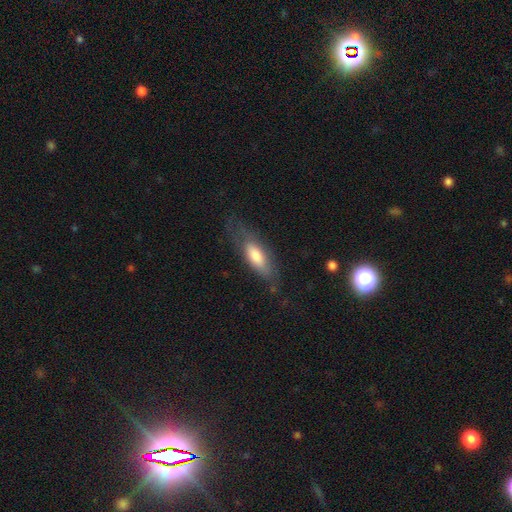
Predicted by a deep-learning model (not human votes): smooth 64%, featured or disk 30%, star or artifact 6%. Down the decision tree: how rounded — in between (62%); merging — none (60%).